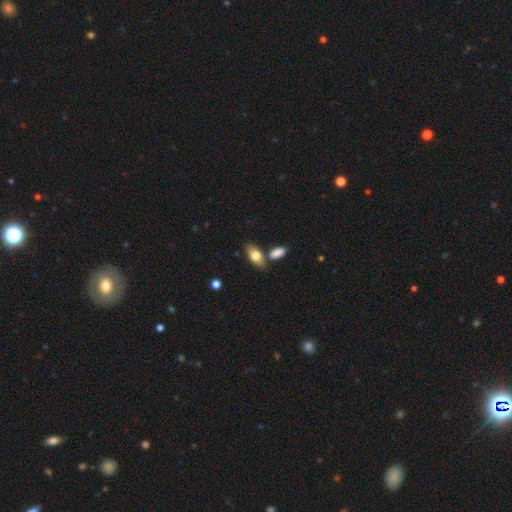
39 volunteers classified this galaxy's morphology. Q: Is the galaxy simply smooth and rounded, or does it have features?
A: smooth — 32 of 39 (82%).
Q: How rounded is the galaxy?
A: in between — 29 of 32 (91%).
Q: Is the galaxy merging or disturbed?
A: none — 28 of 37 (76%).